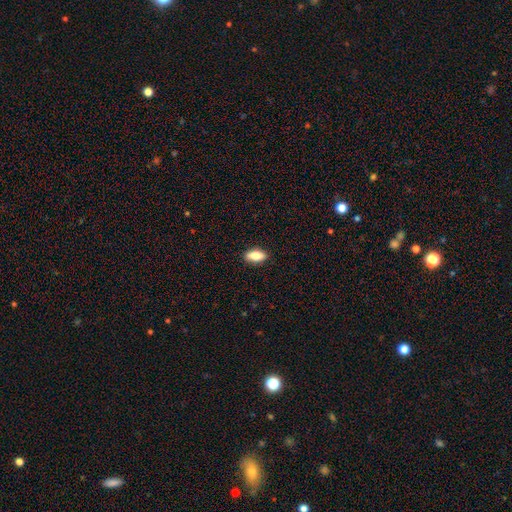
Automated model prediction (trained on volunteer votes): Overall: smooth (84%). How rounded: in between (86%). Merging: none (89%).